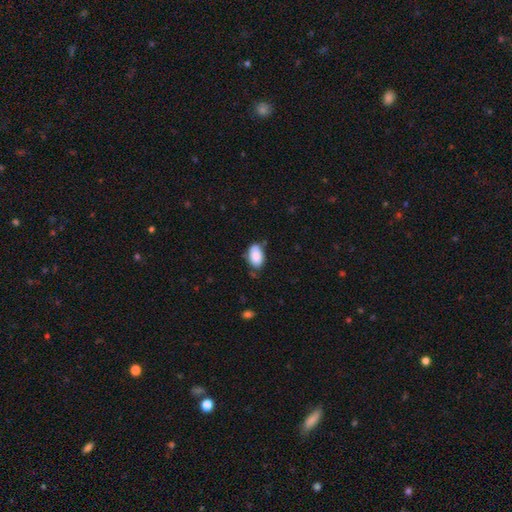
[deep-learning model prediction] Smooth or featured: smooth — 86% (featured or disk — 7%)
How rounded: in between — 92% (round — 7%)
Merging: none — 67% (minor disturbance — 24%)